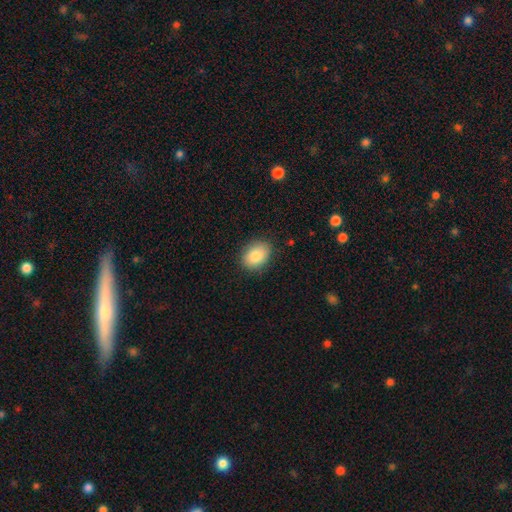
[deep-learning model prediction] Smooth or featured?
  - smooth: 86% *
  - star or artifact: 7%
  - featured or disk: 6%
How rounded?
  - in between: 68% *
  - round: 31%
  - cigar-shaped: 1%
Merging?
  - none: 85% *
  - minor disturbance: 11%
  - major disturbance: 3%
  - merger: 1%